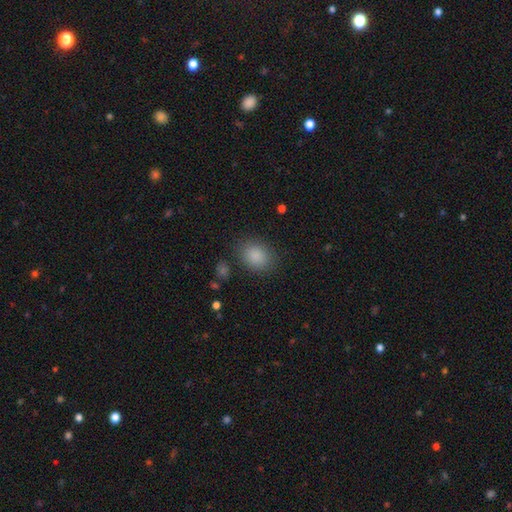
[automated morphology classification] type=smooth (87%); roundness=in between (61%); merging=none (83%).